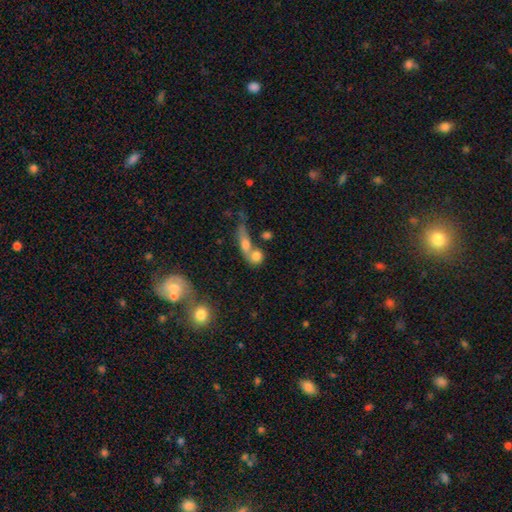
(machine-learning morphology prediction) type=smooth (73%); roundness=round (64%); merging=merger (52%).